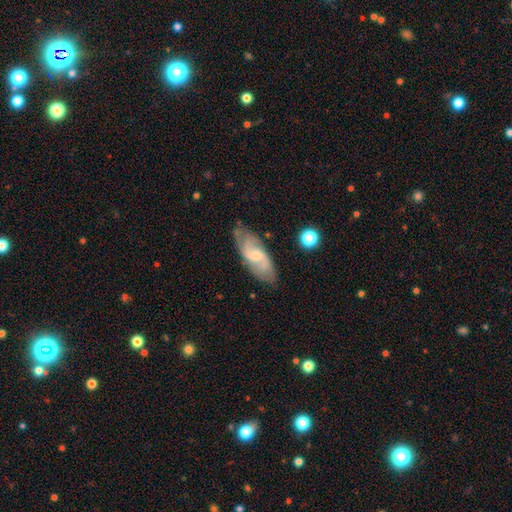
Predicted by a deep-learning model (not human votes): featured or disk 67%, smooth 26%, star or artifact 6%. Down the decision tree: edge-on disk — no (90%); bar — weak (51%); spiral arms — yes (89%); spiral arm count — 2 (68%); spiral winding — medium (46%); bulge size — small (56%); merging — none (75%).